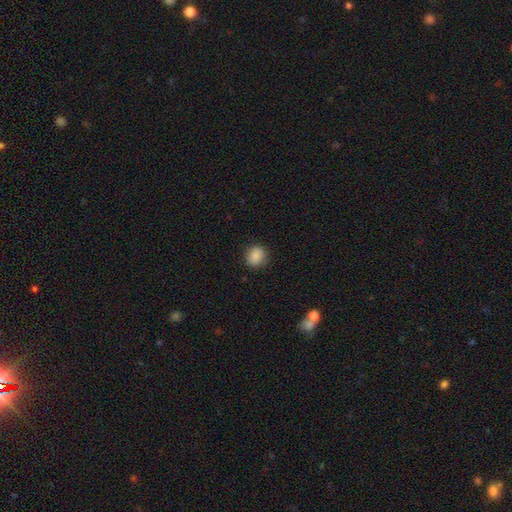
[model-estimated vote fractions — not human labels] Overall: smooth (86%). How rounded: round (75%). Merging: none (87%).